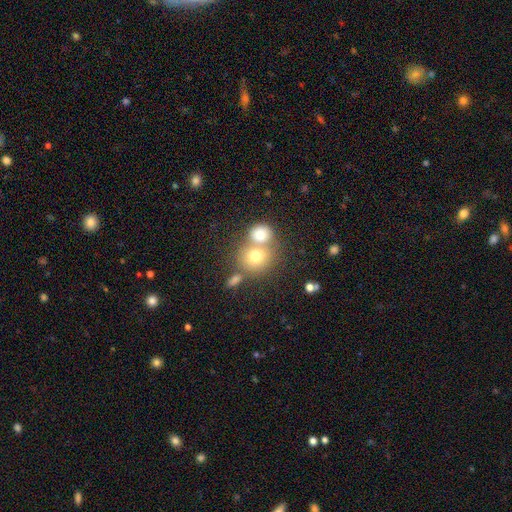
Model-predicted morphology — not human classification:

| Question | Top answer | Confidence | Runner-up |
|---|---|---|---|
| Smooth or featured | smooth | 72% | featured or disk (16%) |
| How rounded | round | 79% | in between (20%) |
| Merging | merger | 51% | none (38%) |